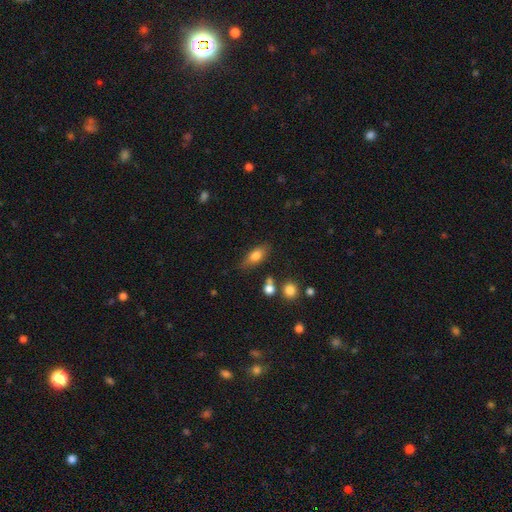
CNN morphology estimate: Smooth or featured? Predicted: smooth (p=0.76). How rounded? Predicted: in between (p=0.80). Merging? Predicted: none (p=0.75).